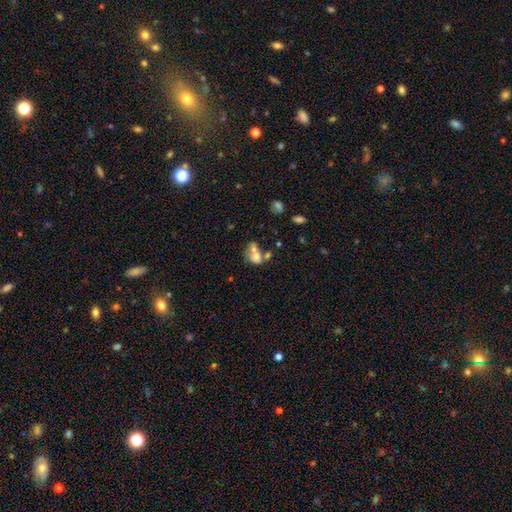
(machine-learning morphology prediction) Smooth or featured?
  - smooth: 63% *
  - featured or disk: 25%
  - star or artifact: 12%
How rounded?
  - in between: 62% *
  - round: 37%
  - cigar-shaped: 2%
Merging?
  - merger: 60% *
  - none: 23%
  - minor disturbance: 10%
  - major disturbance: 8%